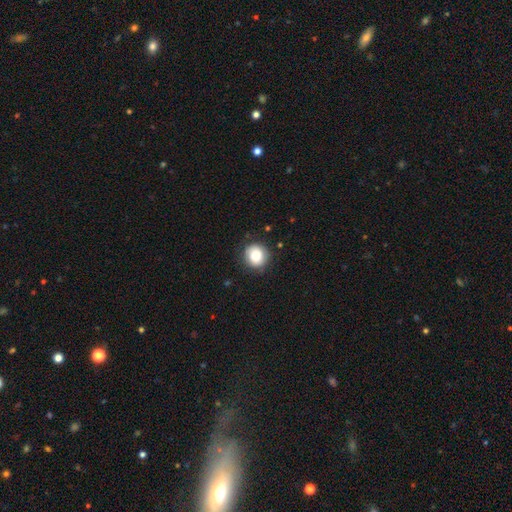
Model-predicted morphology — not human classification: This appears to be a smooth galaxy with no disk features (80%) that is round (91%). Merging: none (86%).